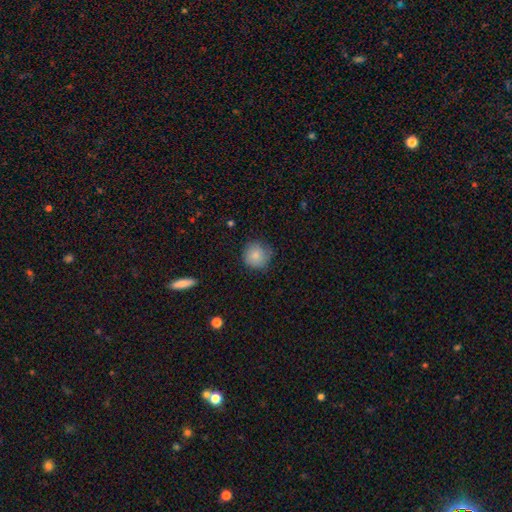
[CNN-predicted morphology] Q: Smooth or featured?
A: smooth (85%); runner-up: star or artifact (8%)
Q: How rounded?
A: round (92%); runner-up: in between (7%)
Q: Merging?
A: none (76%); runner-up: minor disturbance (19%)